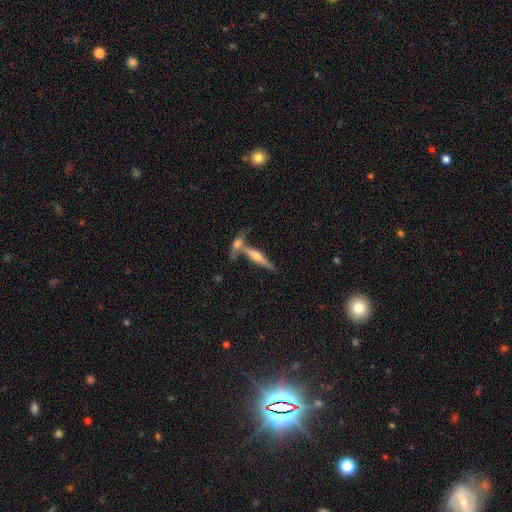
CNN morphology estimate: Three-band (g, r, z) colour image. It shows a featured or disk galaxy (68%) viewed edge-on (94%) with a rounded central bulge (80%). Merging: none (53%).